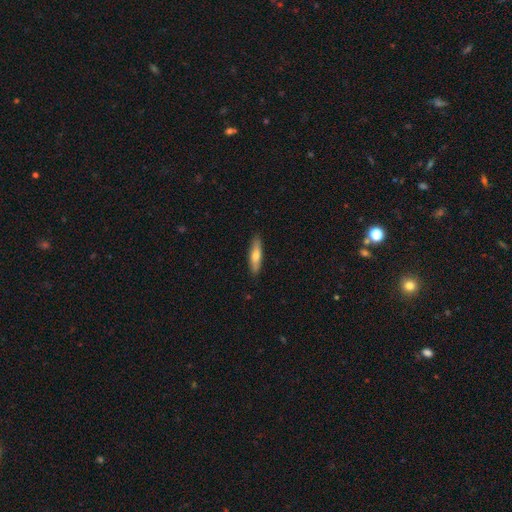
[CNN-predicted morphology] Overall: smooth (65%; featured or disk 30%). How rounded: cigar-shaped (72%). Merging: none (89%).